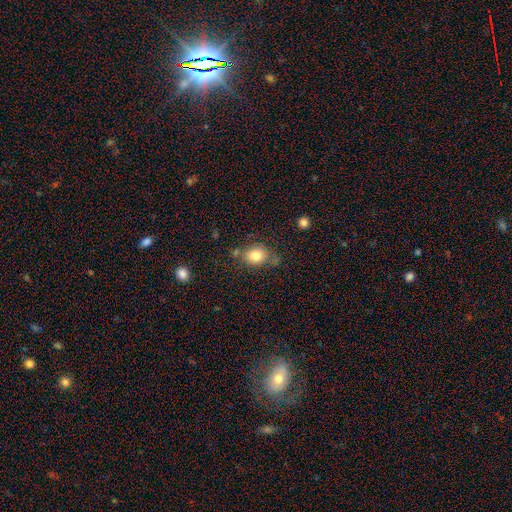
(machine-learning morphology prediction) Smooth or featured: smooth — 79% (featured or disk — 11%)
How rounded: round — 50% (in between — 49%)
Merging: none — 64% (minor disturbance — 21%)